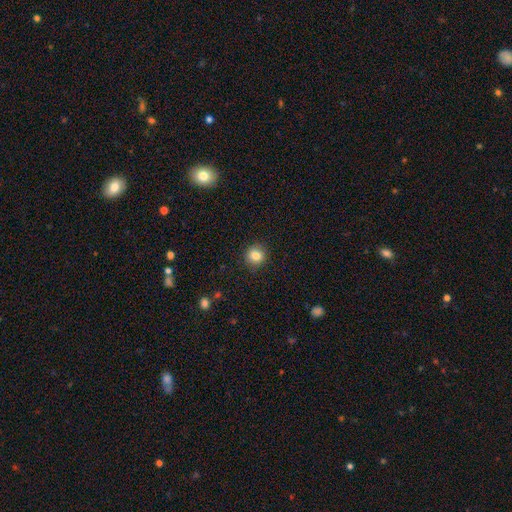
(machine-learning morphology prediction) Smooth or featured? smooth (82%)
How rounded? round (89%)
Merging? none (90%)